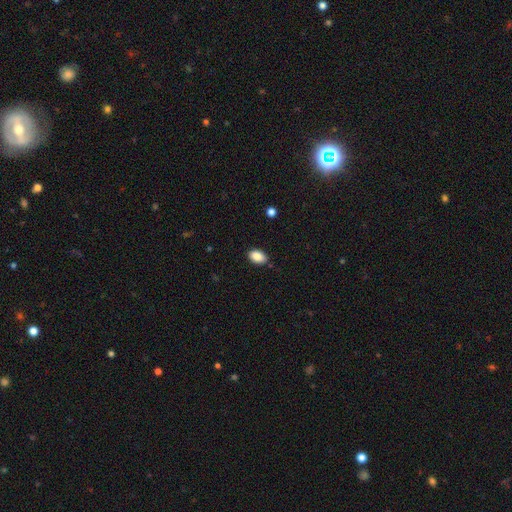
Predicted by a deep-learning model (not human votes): A smooth galaxy with no disk features (88%) that is in between round and cigar-shaped (89%).

Vote fractions:
- Smooth or featured? smooth: 88% / star or artifact: 8% / featured or disk: 4%
- How rounded? in between: 89% / round: 9% / cigar-shaped: 1%
- Merging? none: 84% / minor disturbance: 12% / major disturbance: 2% / merger: 1%